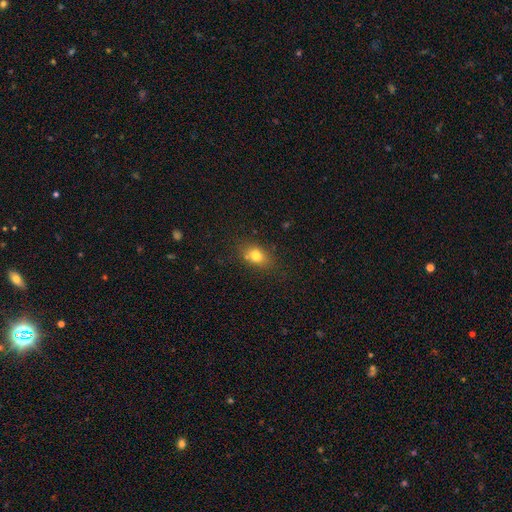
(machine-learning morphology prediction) A smooth galaxy with no disk features (77%) that is in between round and cigar-shaped (65%).

Vote fractions:
- Smooth or featured? smooth: 77% / star or artifact: 12% / featured or disk: 11%
- How rounded? in between: 65% / round: 33% / cigar-shaped: 2%
- Merging? none: 69% / minor disturbance: 17% / merger: 8% / major disturbance: 5%